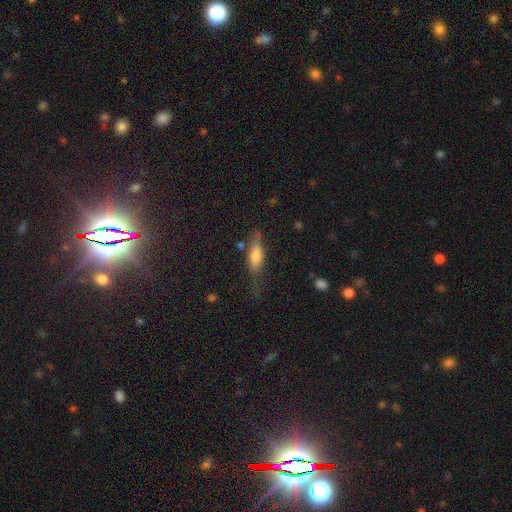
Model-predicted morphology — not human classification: Smooth or featured: smooth — 60% (featured or disk — 32%)
How rounded: in between — 49% (cigar-shaped — 48%)
Merging: none — 55% (minor disturbance — 28%)